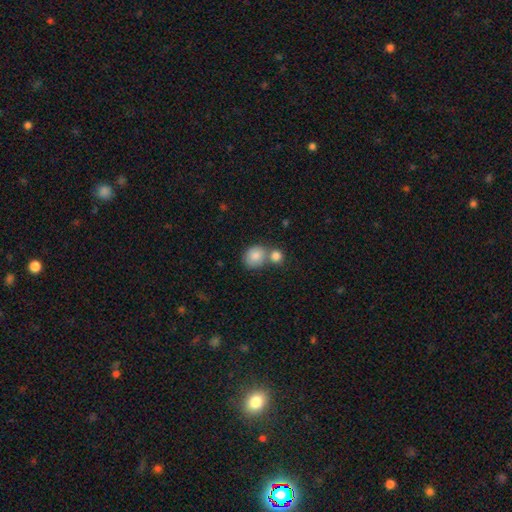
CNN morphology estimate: Q: Smooth or featured?
A: smooth (84%); runner-up: star or artifact (8%)
Q: How rounded?
A: round (71%); runner-up: in between (28%)
Q: Merging?
A: none (45%); runner-up: merger (42%)